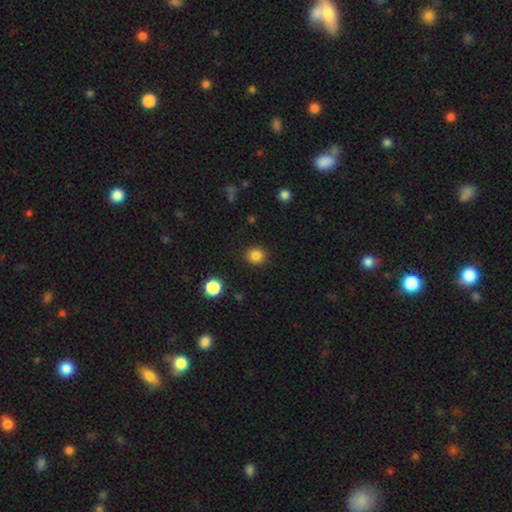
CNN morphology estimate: The model was most divided on "smooth or featured": smooth: 85%, star or artifact: 11%, featured or disk: 4%. More confident: merging — none (91%); how rounded — round (87%).